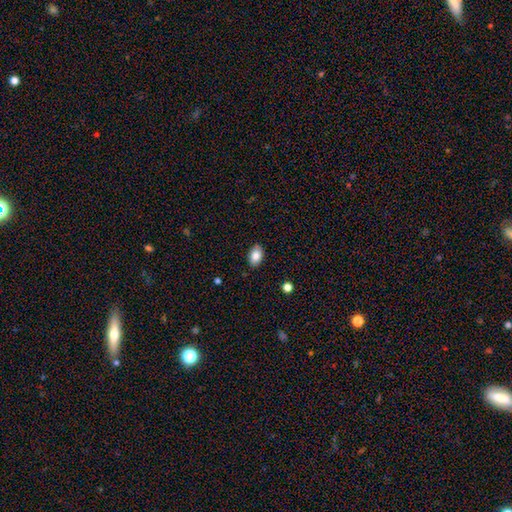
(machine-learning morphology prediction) The model was most divided on "merging": none: 86%, minor disturbance: 11%, major disturbance: 2%, merger: 1%. More confident: how rounded — in between (87%); smooth or featured — smooth (84%).